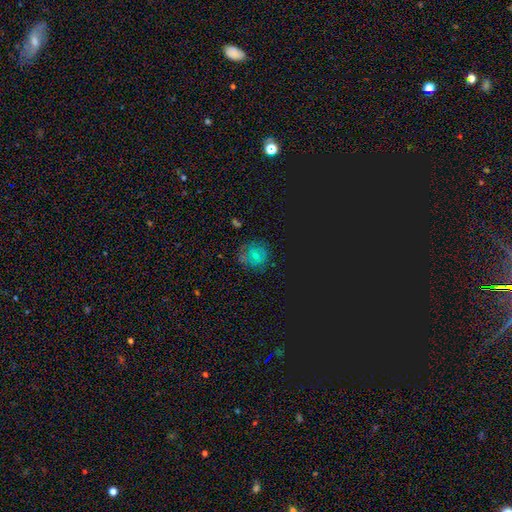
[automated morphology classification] This is possibly a smooth galaxy (47%). Merging: likely none (72%).